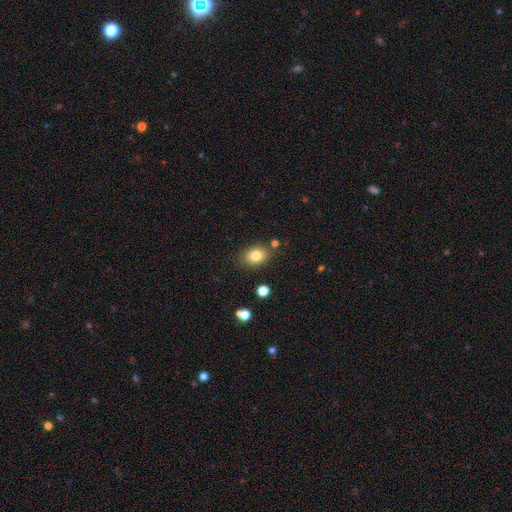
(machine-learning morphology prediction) smooth-or-featured: smooth: 82% | star or artifact: 10% | featured or disk: 8%
  how-rounded: in between: 70% | round: 29% | cigar-shaped: 1%
  merging: none: 82% | minor disturbance: 11% | merger: 4% | major disturbance: 3%